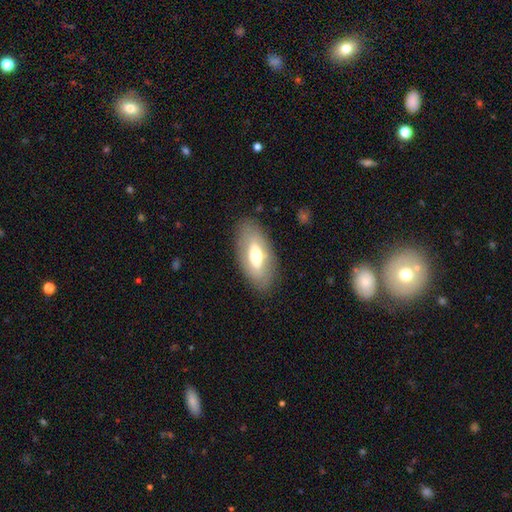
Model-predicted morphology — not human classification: smooth_or_featured: smooth (p=0.54) [alt: featured or disk p=0.39]
how_rounded: in between (p=0.88) [alt: cigar-shaped p=0.09]
merging: none (p=0.84) [alt: minor disturbance p=0.11]